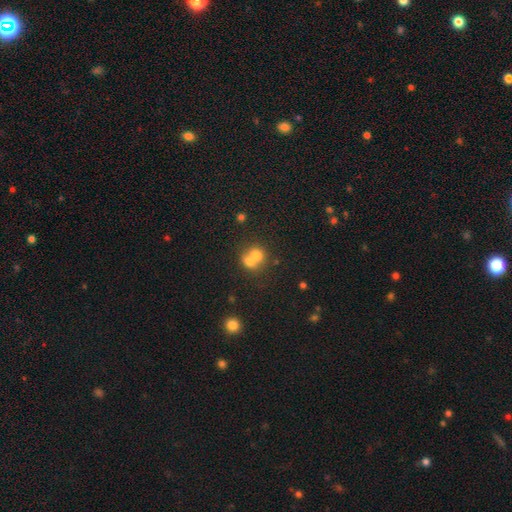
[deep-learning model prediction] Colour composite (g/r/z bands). It shows a smooth galaxy with no disk features (69%) that is round (69%). Merging: merger (67%).